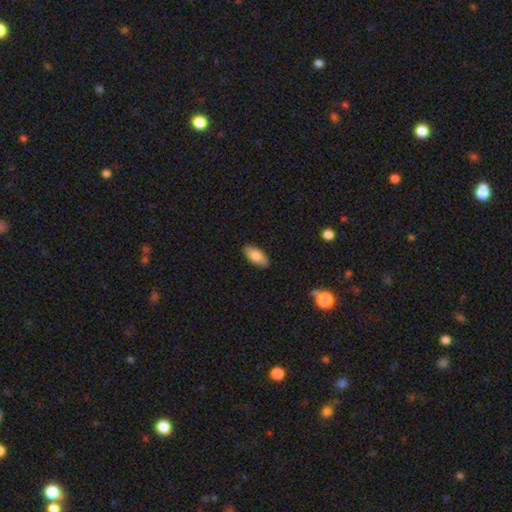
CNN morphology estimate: Overall: smooth (82%). How rounded: in between (91%). Merging: none (88%).